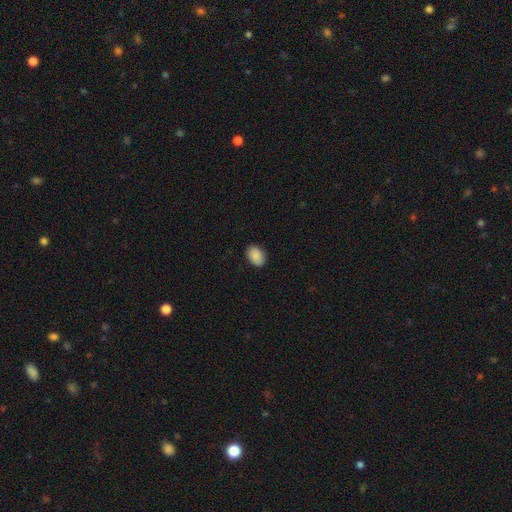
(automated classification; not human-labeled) smooth-or-featured: smooth: 89% | star or artifact: 7% | featured or disk: 4%
  how-rounded: in between: 83% | round: 16% | cigar-shaped: 1%
  merging: none: 87% | minor disturbance: 9% | major disturbance: 2% | merger: 1%